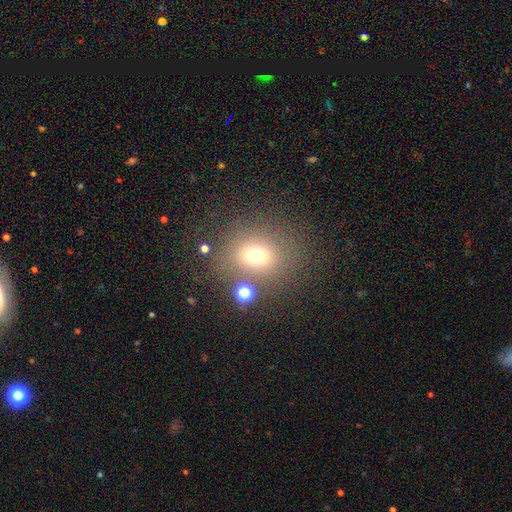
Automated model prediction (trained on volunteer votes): smooth_or_featured: smooth (p=0.68) [alt: star or artifact p=0.19]
how_rounded: round (p=0.69) [alt: in between p=0.30]
merging: none (p=0.74) [alt: minor disturbance p=0.12]